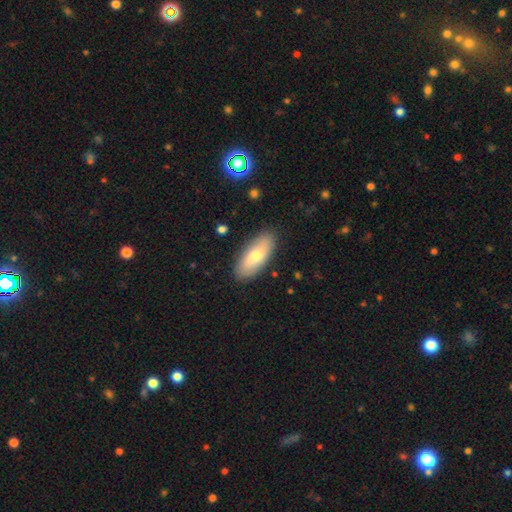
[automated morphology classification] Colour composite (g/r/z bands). It shows a smooth galaxy with no disk features (71%) that is in between round and cigar-shaped (84%). Merging: none (87%).